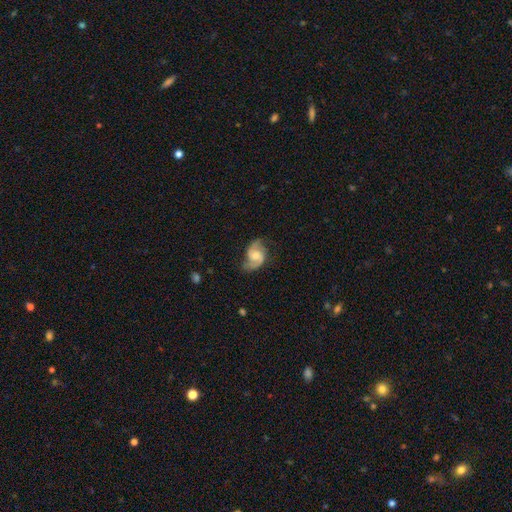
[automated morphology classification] A featured or disk galaxy (82%) with no bar (54%), 2 (91%) medium (51%) spiral arms (96%) and a moderate central bulge (56%).

Vote fractions:
- Smooth or featured? featured or disk: 82% / smooth: 13% / star or artifact: 6%
- Edge-on disk? no: 98% / yes: 2%
- Bar? no: 54% / weak: 39% / strong: 7%
- Spiral arms? yes: 96% / no: 4%
- Spiral winding? medium: 51% / loose: 32% / tight: 18%
- Spiral arm count? 2: 91% / can't tell: 4% / 1: 2% / 3: 2% / 4: 1% / more than 4: 1%
- Bulge size? moderate: 56% / small: 32% / large: 6% / none: 5% / dominant: 1%
- Merging? none: 72% / minor disturbance: 20% / major disturbance: 7% / merger: 1%